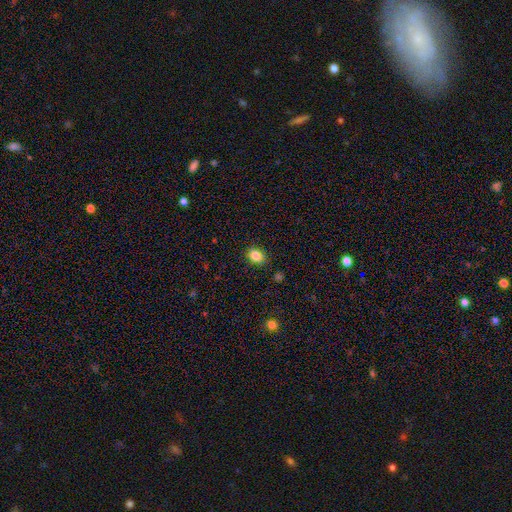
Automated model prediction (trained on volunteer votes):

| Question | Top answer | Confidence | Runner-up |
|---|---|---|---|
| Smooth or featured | smooth | 85% | star or artifact (10%) |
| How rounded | in between | 60% | round (39%) |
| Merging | none | 88% | minor disturbance (9%) |